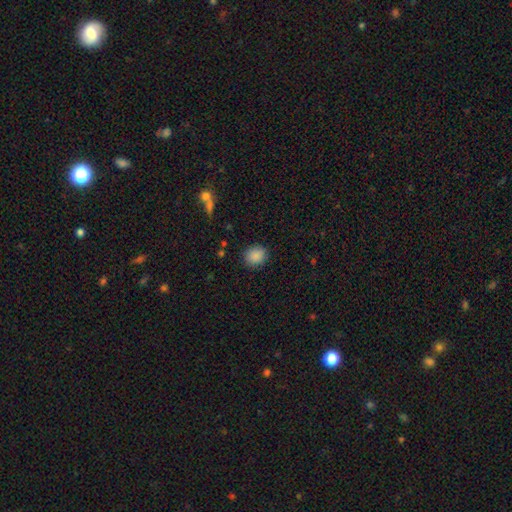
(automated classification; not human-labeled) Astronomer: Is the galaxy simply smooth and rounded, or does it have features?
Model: smooth — 88%.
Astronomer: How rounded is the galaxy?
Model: round — 74%.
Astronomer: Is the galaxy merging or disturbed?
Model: none — 86%.